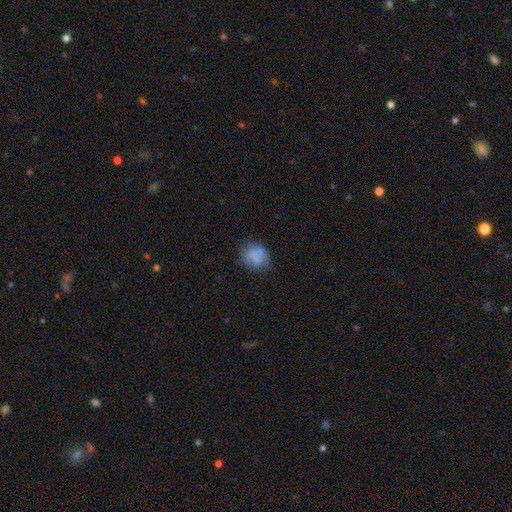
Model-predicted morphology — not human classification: smooth 75%, featured or disk 15%, star or artifact 11%. Down the decision tree: how rounded — round (59%); merging — none (64%).